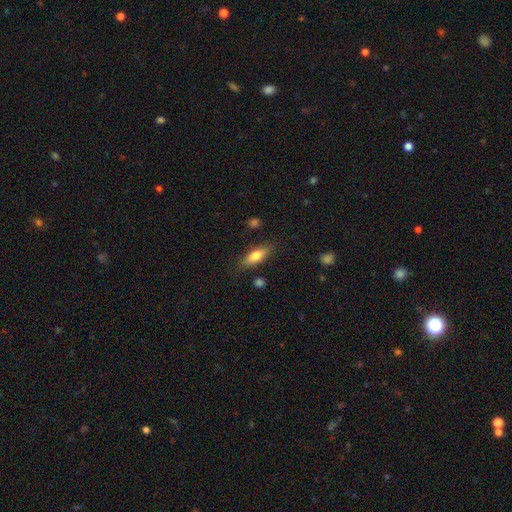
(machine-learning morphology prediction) A smooth galaxy with no disk features (71%) that is in between round and cigar-shaped (63%). Merging: none (82%).